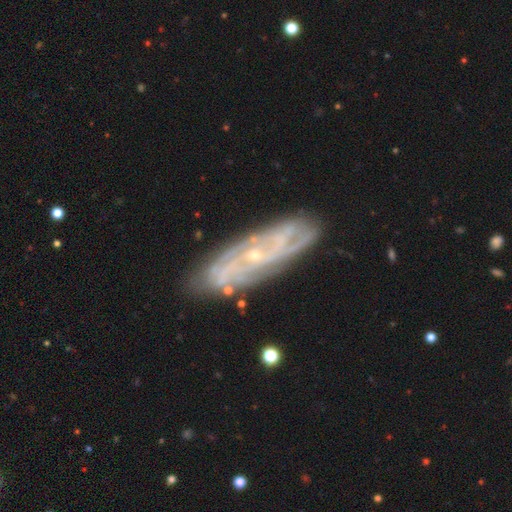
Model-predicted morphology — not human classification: Overall: featured or disk (79%). Edge-on disk: no (81%). Bar: no (68%). Spiral arms: yes (89%). Spiral arm count: can't tell (45%; 2 21%). Spiral winding: tight (57%; medium 32%). Bulge size: small (81%). Merging: none (82%).